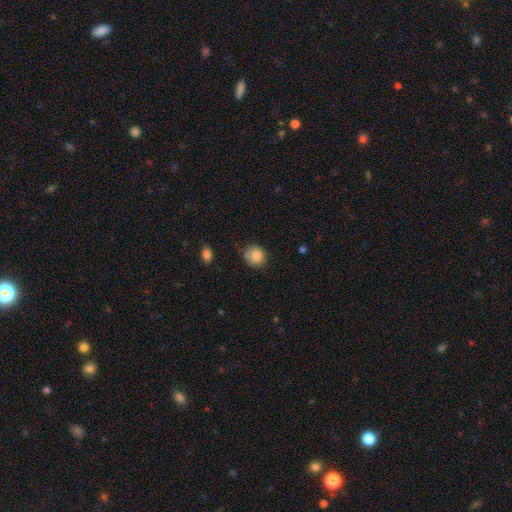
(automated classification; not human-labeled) smooth-or-featured: smooth: 86% | star or artifact: 9% | featured or disk: 6%
  how-rounded: round: 83% | in between: 16% | cigar-shaped: 1%
  merging: none: 75% | minor disturbance: 20% | major disturbance: 4% | merger: 1%